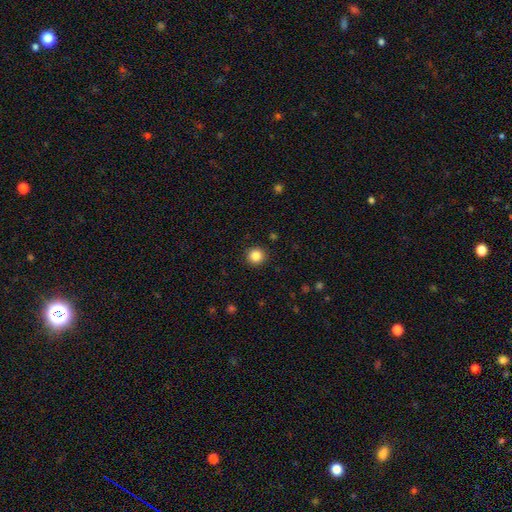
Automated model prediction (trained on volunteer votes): smooth 86%, star or artifact 11%, featured or disk 4%. Down the decision tree: how rounded — round (94%); merging — none (92%).